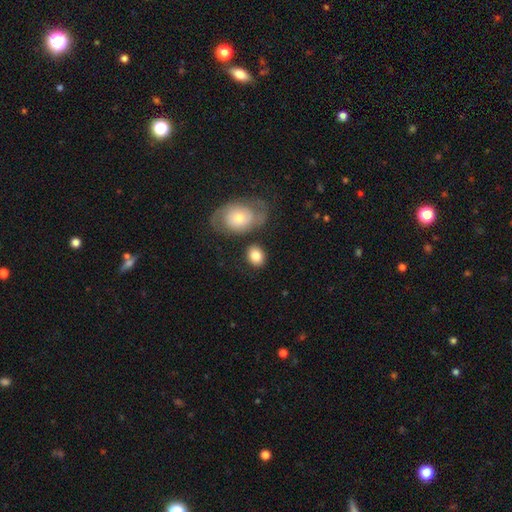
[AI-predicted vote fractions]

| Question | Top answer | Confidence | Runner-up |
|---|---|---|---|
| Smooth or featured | smooth | 81% | featured or disk (12%) |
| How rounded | in between | 54% | round (45%) |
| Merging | none | 71% | minor disturbance (13%) |